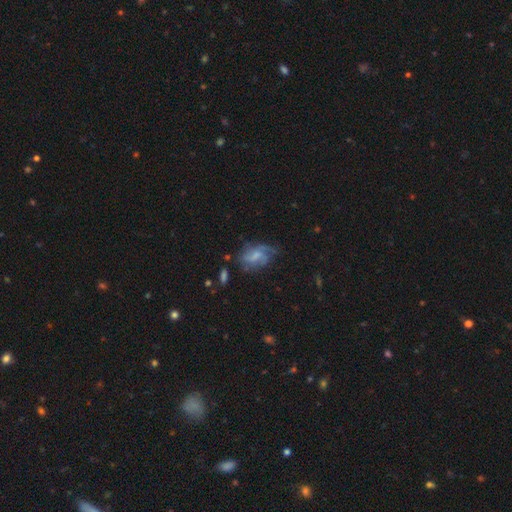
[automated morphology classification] The model was most divided on "bulge size": moderate: 32%, none: 30%, small: 29%, large: 7%, dominant: 1%. Remaining: edge-on disk — no (96%); spiral arms — yes (73%); smooth or featured — featured or disk (55%); bar — no (48%); merging — none (47%).